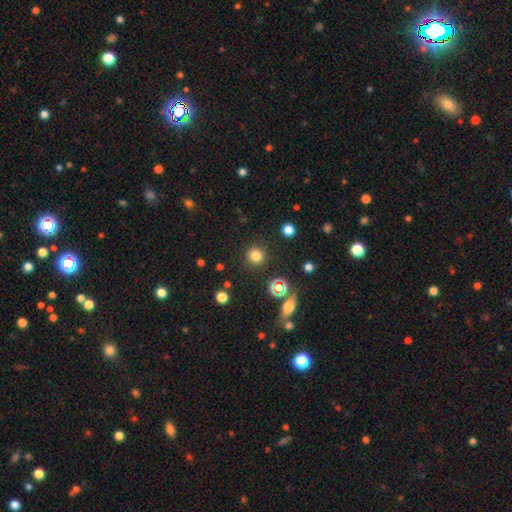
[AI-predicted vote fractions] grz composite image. It shows a smooth galaxy with no disk features (78%) that is round (92%). Merging: none (89%).